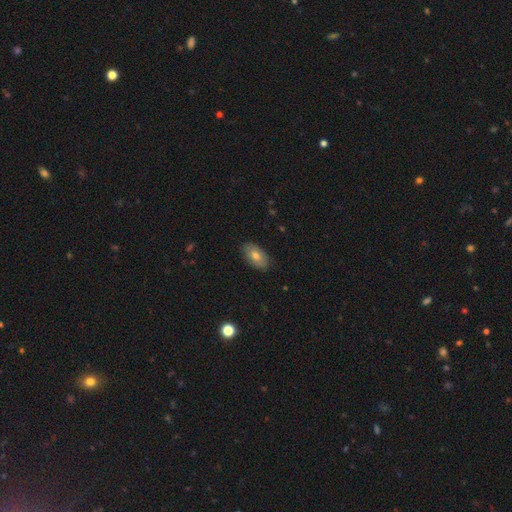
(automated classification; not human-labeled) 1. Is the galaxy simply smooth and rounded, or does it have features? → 72% smooth, 20% featured or disk, 8% star or artifact.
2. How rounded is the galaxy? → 93% in between, 4% round, 3% cigar-shaped.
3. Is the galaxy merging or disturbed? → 86% none, 11% minor disturbance, 2% major disturbance, 1% merger.